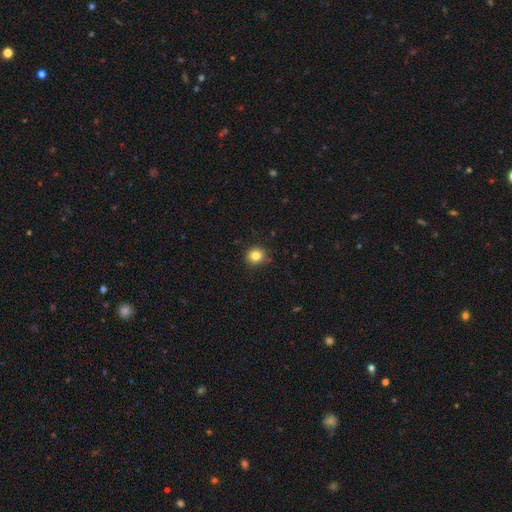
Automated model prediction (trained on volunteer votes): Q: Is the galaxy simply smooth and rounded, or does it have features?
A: smooth — 82%.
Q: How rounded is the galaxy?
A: round — 90%.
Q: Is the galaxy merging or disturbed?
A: none — 88%.